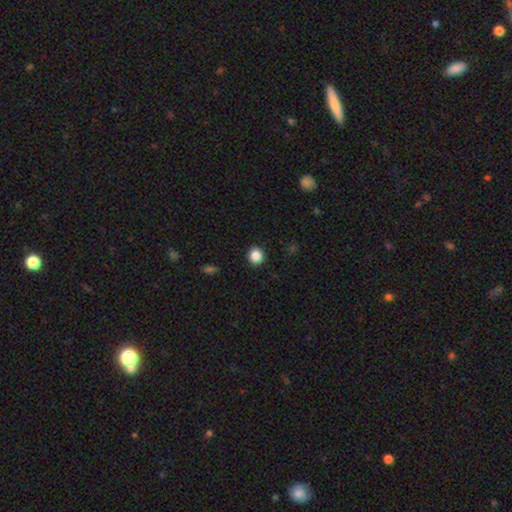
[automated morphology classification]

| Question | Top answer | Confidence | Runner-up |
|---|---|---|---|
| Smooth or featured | smooth | 86% | star or artifact (10%) |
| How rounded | round | 84% | in between (15%) |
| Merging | none | 92% | minor disturbance (6%) |